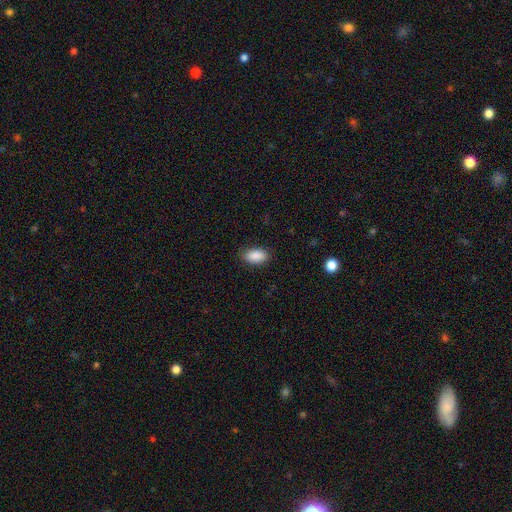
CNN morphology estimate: smooth_or_featured: smooth (p=0.90) [alt: star or artifact p=0.07]
how_rounded: in between (p=0.94) [alt: round p=0.04]
merging: none (p=0.87) [alt: minor disturbance p=0.09]